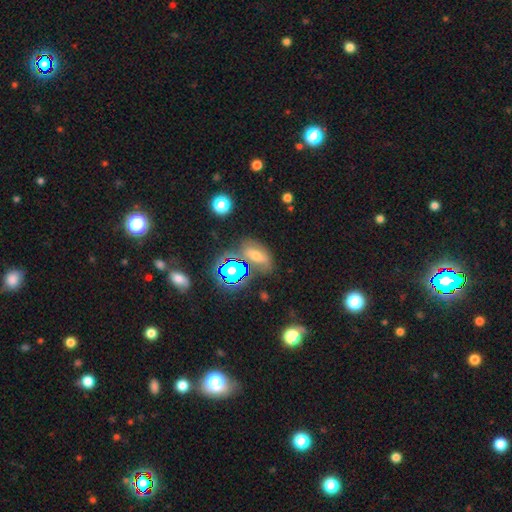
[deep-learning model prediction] smooth_or_featured: smooth (p=0.47) [alt: star or artifact p=0.34]
merging: none (p=0.66) [alt: minor disturbance p=0.17]